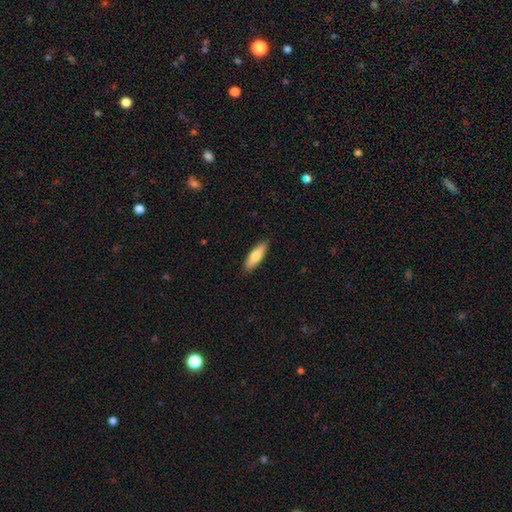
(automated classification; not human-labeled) smooth_or_featured: smooth (p=0.74) [alt: featured or disk p=0.21]
how_rounded: cigar-shaped (p=0.52) [alt: in between p=0.46]
merging: none (p=0.90) [alt: minor disturbance p=0.08]